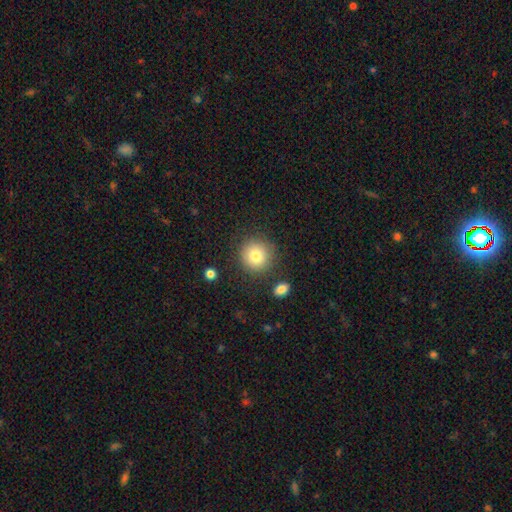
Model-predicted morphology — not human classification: Smooth or featured? smooth (81%)
How rounded? round (93%)
Merging? none (85%)